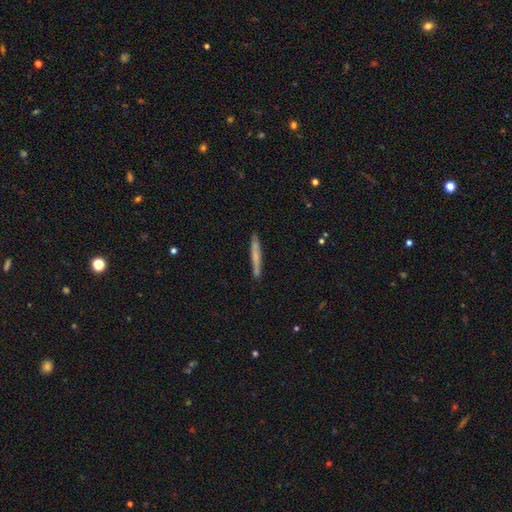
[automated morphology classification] Smooth or featured? smooth (57%)
How rounded? cigar-shaped (96%)
Merging? none (88%)